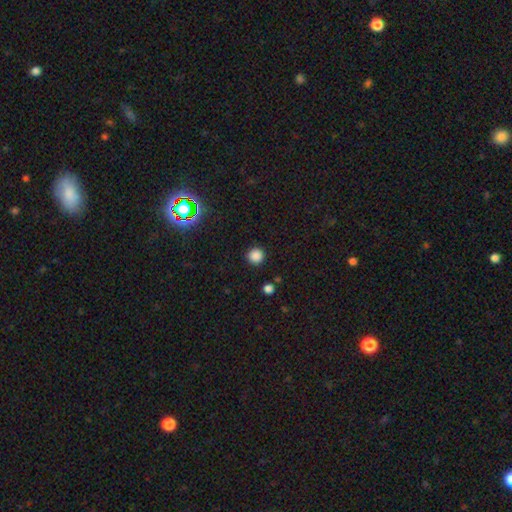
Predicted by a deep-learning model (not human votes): smooth-or-featured: smooth: 84% | star or artifact: 13% | featured or disk: 3%
  how-rounded: round: 95% | in between: 4% | cigar-shaped: 1%
  merging: none: 91% | minor disturbance: 6% | major disturbance: 2% | merger: 2%